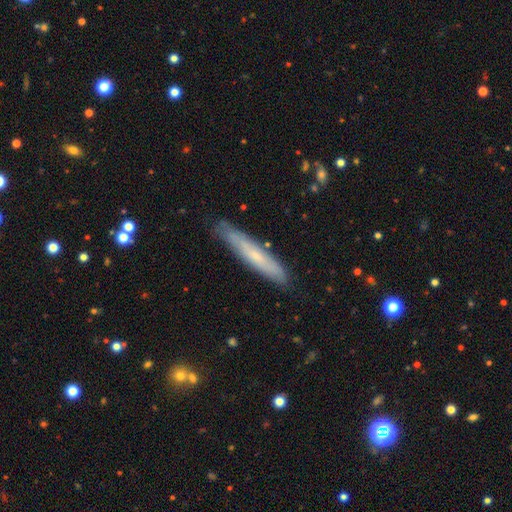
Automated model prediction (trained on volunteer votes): The model was most divided on "smooth or featured": smooth: 54%, featured or disk: 39%, star or artifact: 7%. More confident: how rounded — cigar-shaped (93%); merging — none (83%).